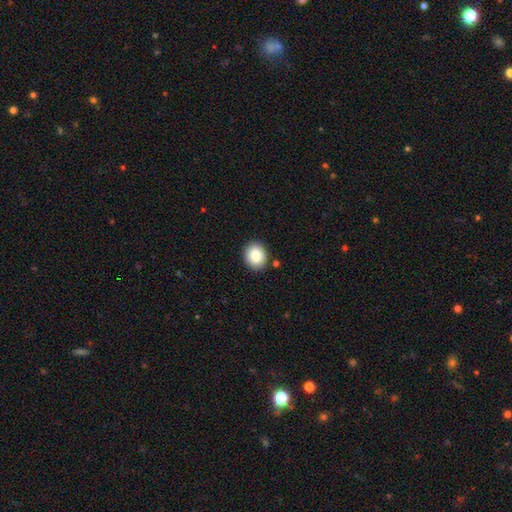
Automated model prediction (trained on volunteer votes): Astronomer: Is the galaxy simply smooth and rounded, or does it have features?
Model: smooth — 87%.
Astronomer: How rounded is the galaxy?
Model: round — 61% (runner-up: in between, 38%).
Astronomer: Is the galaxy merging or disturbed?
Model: none — 88%.